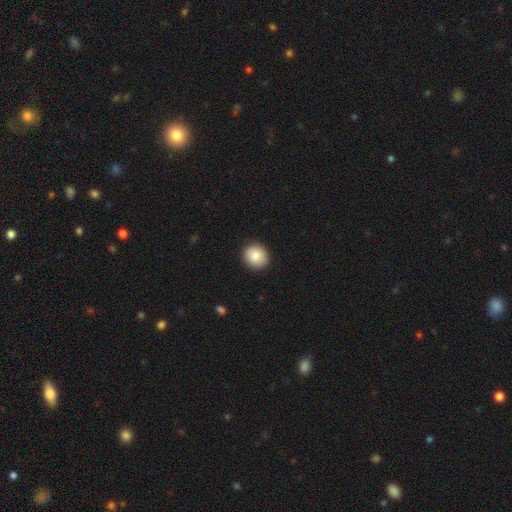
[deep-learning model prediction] Q: Smooth or featured?
A: smooth (84%); runner-up: featured or disk (8%)
Q: How rounded?
A: round (84%); runner-up: in between (16%)
Q: Merging?
A: none (91%); runner-up: minor disturbance (6%)